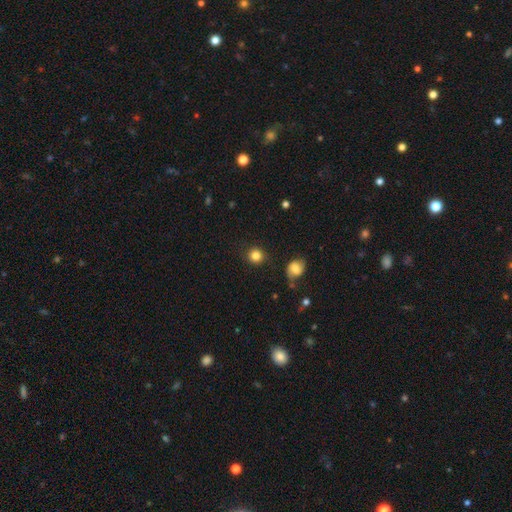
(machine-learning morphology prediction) smooth-or-featured: smooth: 84% | star or artifact: 11% | featured or disk: 5%
  how-rounded: round: 91% | in between: 8% | cigar-shaped: 1%
  merging: none: 88% | minor disturbance: 7% | major disturbance: 3% | merger: 2%